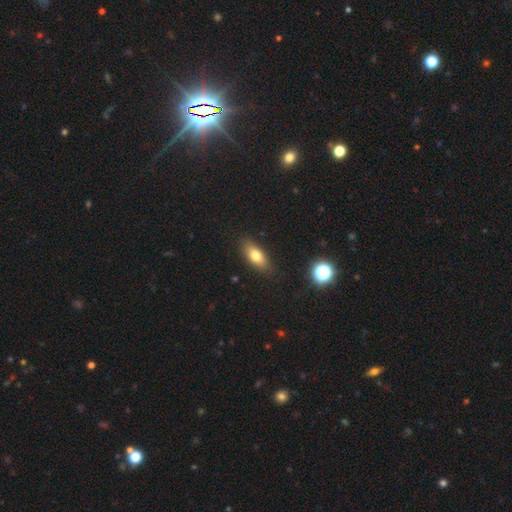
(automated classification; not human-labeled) This is likely a smooth galaxy (76%). How rounded: likely in between (78%). Merging: clearly none (85%).